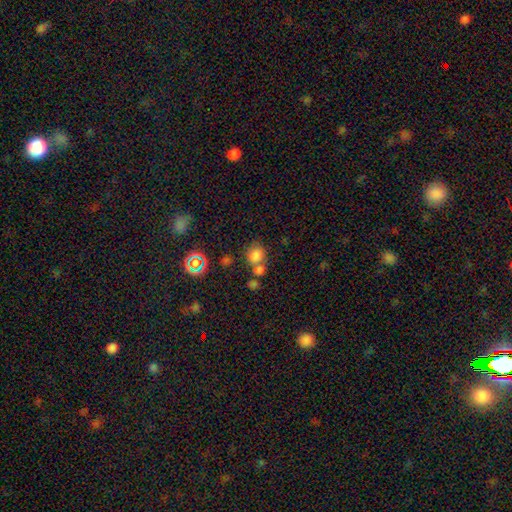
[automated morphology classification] smooth_or_featured: smooth (p=0.77) [alt: star or artifact p=0.16]
how_rounded: round (p=0.71) [alt: in between p=0.28]
merging: none (p=0.48) [alt: merger p=0.36]